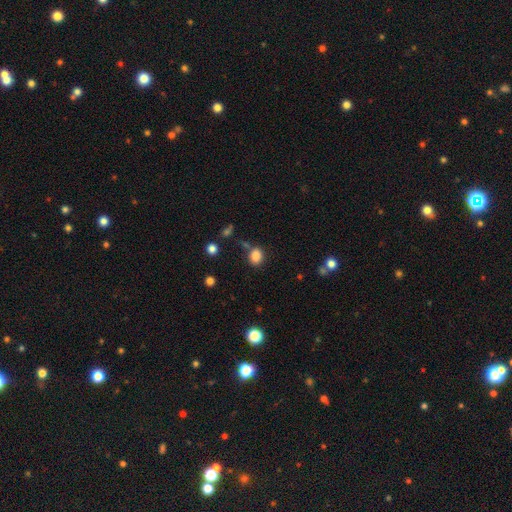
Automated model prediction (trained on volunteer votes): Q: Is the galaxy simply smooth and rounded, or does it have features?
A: smooth — 84%.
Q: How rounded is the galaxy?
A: in between — 54%.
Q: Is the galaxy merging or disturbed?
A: none — 70%.